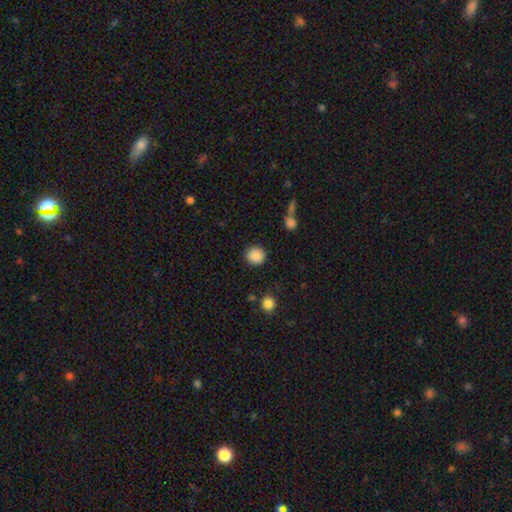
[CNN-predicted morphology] smooth-or-featured: smooth: 88% | star or artifact: 9% | featured or disk: 3%
  how-rounded: round: 84% | in between: 15% | cigar-shaped: 1%
  merging: none: 88% | minor disturbance: 7% | major disturbance: 3% | merger: 2%